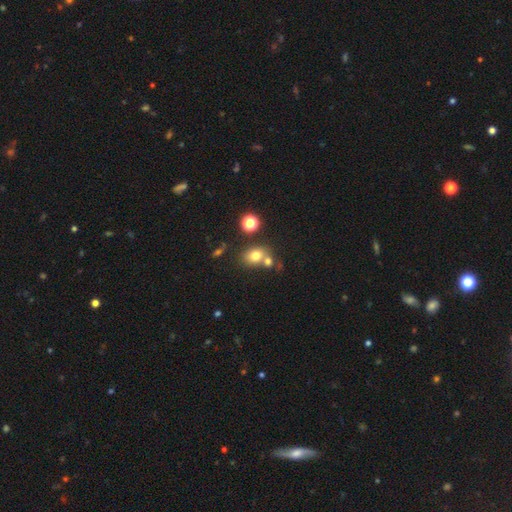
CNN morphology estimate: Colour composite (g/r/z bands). It shows a smooth galaxy with no disk features (73%) that is round (54%). Merging: none (55%).